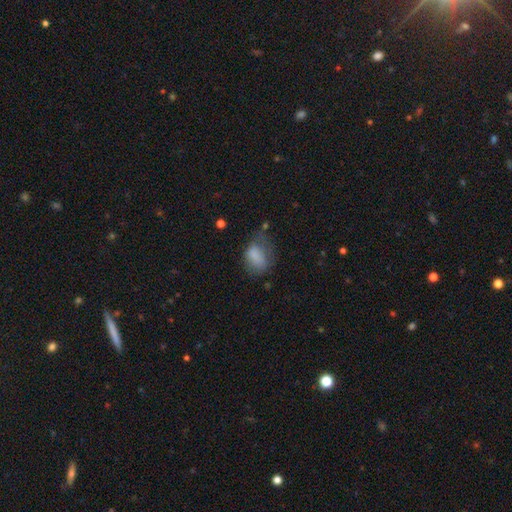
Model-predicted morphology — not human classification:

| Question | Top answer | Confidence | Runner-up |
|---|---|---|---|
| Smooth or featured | smooth | 78% | featured or disk (13%) |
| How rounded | in between | 79% | round (19%) |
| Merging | none | 36% | minor disturbance (33%) |